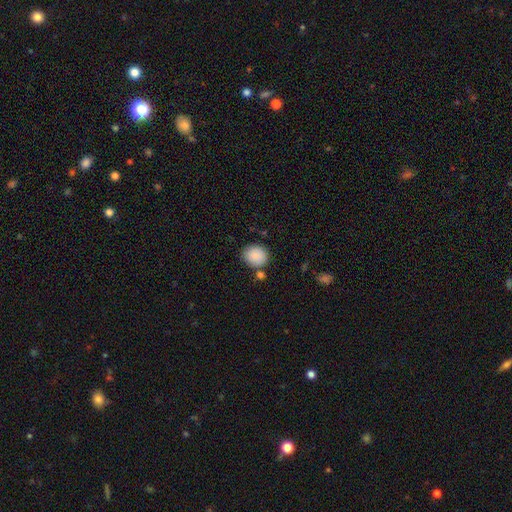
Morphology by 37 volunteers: Q: Smooth or featured?
A: smooth (89%); runner-up: featured or disk (5%)
Q: How rounded?
A: round (70%); runner-up: in between (30%)
Q: Merging?
A: none (89%); runner-up: minor disturbance (9%)